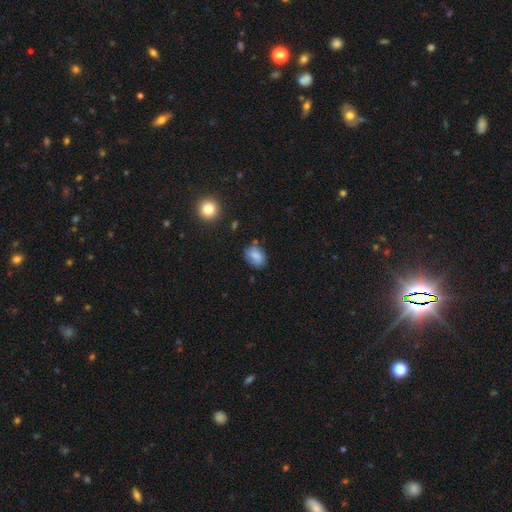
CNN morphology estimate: The model was most divided on "how rounded": in between: 73%, round: 26%, cigar-shaped: 1%. More confident: smooth or featured — smooth (76%); merging — none (71%).